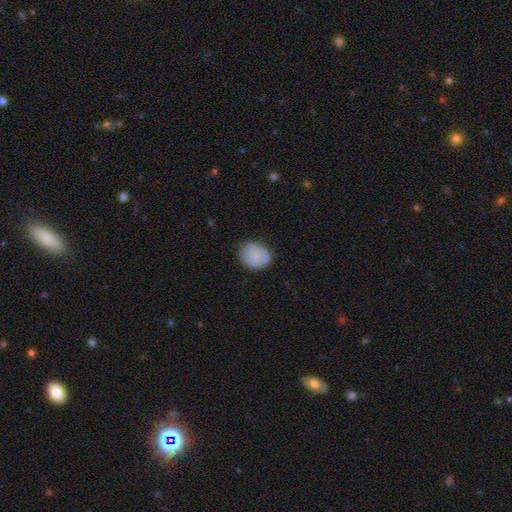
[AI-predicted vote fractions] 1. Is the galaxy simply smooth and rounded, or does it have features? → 81% smooth, 11% featured or disk, 8% star or artifact.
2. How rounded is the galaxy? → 62% round, 37% in between, 1% cigar-shaped.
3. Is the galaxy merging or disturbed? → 72% none, 21% minor disturbance, 5% major disturbance, 2% merger.